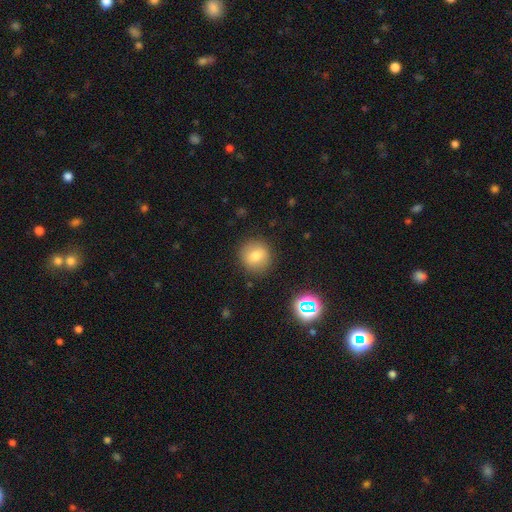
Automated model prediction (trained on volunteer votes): This appears to be a smooth galaxy with no disk features (74%) that is round (91%). Merging: none (88%).